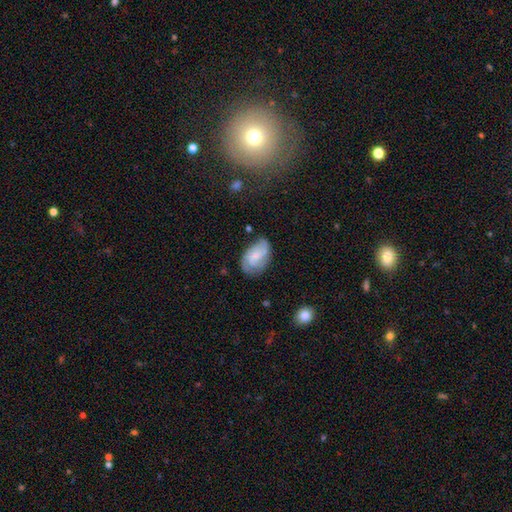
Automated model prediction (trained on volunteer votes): featured or disk 59%, smooth 34%, star or artifact 7%. Down the decision tree: edge-on disk — no (97%); bar — no (59%); spiral arms — yes (91%); spiral arm count — 2 (39%); spiral winding — medium (44%); bulge size — small (51%); merging — none (65%).